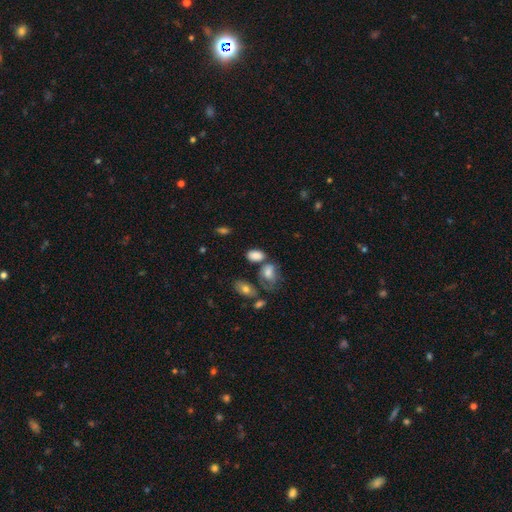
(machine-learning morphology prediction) smooth_or_featured: smooth (p=0.81) [alt: star or artifact p=0.09]
how_rounded: in between (p=0.88) [alt: round p=0.10]
merging: none (p=0.52) [alt: merger p=0.22]